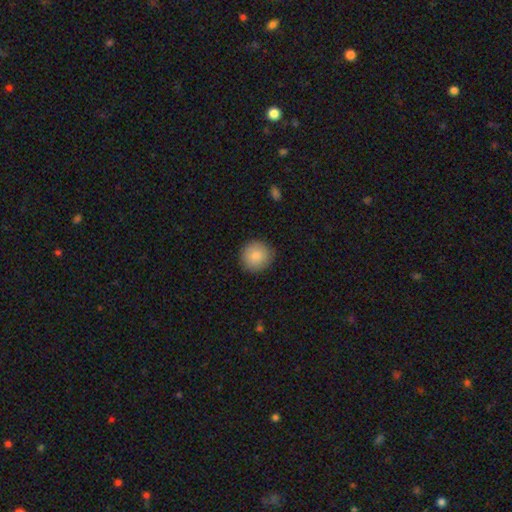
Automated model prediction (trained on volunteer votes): Smooth or featured?
  - smooth: 85% *
  - featured or disk: 8%
  - star or artifact: 7%
How rounded?
  - round: 93% *
  - in between: 7%
  - cigar-shaped: 1%
Merging?
  - none: 88% *
  - minor disturbance: 9%
  - major disturbance: 2%
  - merger: 1%